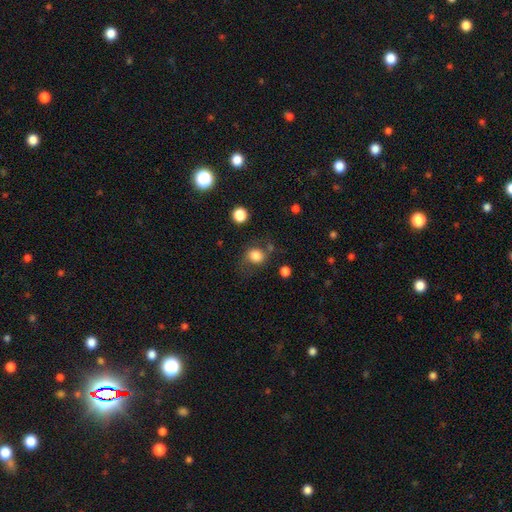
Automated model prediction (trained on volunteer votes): Overall: smooth (80%). How rounded: round (71%). Merging: none (64%).